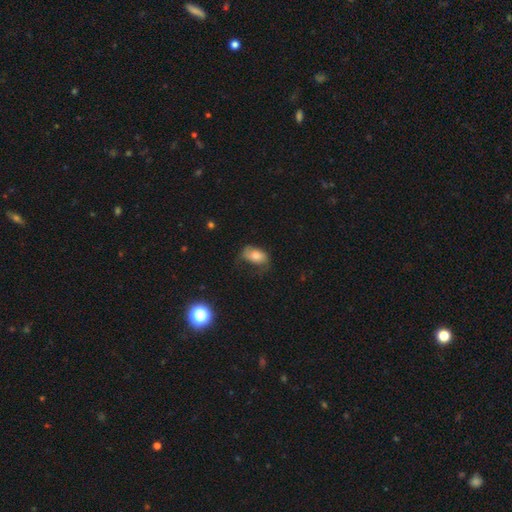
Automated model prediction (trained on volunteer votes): A smooth galaxy with no disk features (69%) that is in between round and cigar-shaped (89%).

Vote fractions:
- Smooth or featured? smooth: 69% / featured or disk: 21% / star or artifact: 10%
- How rounded? in between: 89% / round: 9% / cigar-shaped: 2%
- Merging? none: 46% / minor disturbance: 34% / major disturbance: 19% / merger: 2%